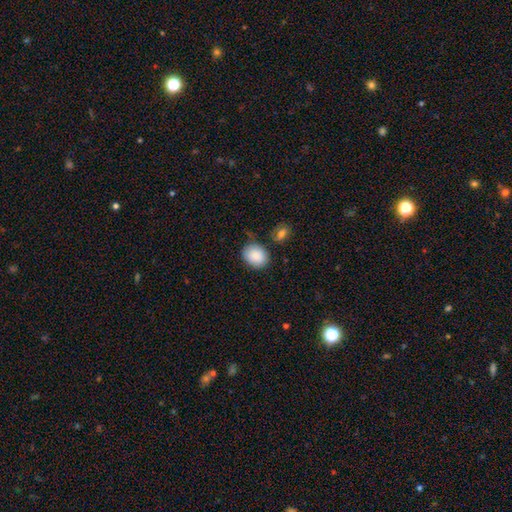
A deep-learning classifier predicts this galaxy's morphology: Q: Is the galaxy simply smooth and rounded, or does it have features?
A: smooth — 89%.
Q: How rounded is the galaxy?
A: round — 50%.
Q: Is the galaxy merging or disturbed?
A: none — 78%.